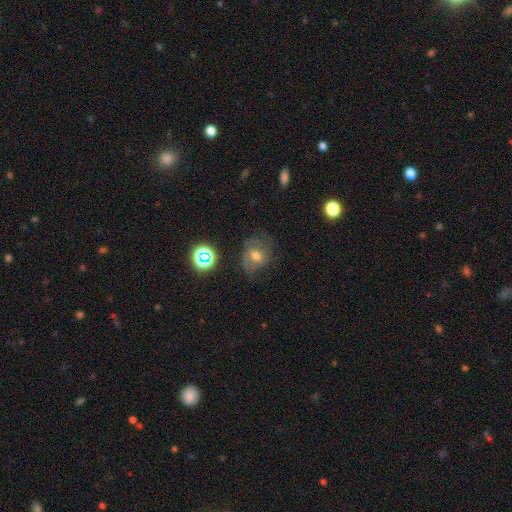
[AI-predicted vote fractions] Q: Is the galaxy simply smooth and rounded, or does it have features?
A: featured or disk — 44%.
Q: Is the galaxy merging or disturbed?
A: none — 58%.